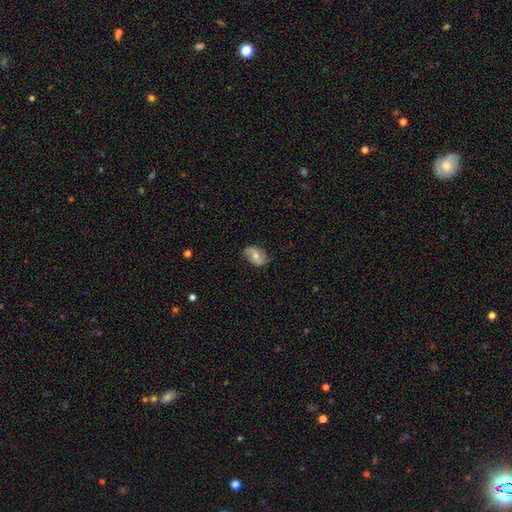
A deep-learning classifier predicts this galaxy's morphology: type=featured or disk (54%); edge-on=no (95%); bar=no (57%); spiral arms=yes (81%); bulge=moderate (67%); merging=none (70%).